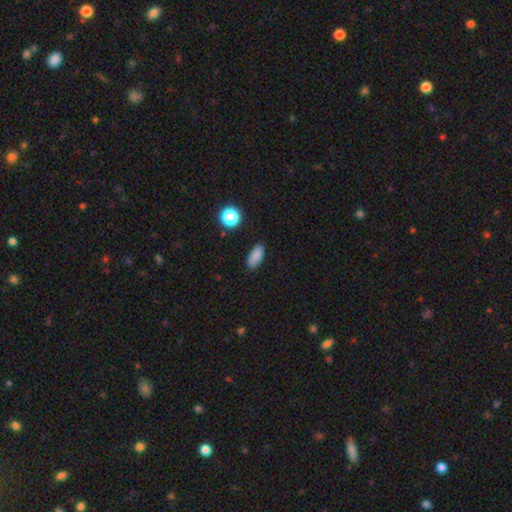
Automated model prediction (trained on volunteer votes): Morphology: type=smooth (84%); roundness=in between (84%); merging=none (82%).